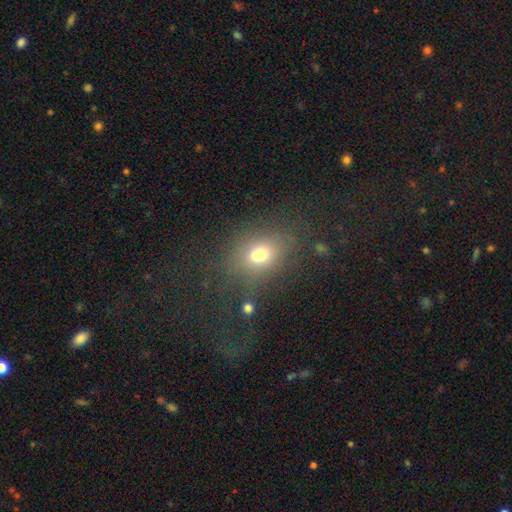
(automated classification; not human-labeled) A smooth galaxy with no disk features (67%) that is in between round and cigar-shaped (59%).

Vote fractions:
- Smooth or featured? smooth: 67% / star or artifact: 17% / featured or disk: 16%
- How rounded? in between: 59% / round: 39% / cigar-shaped: 2%
- Merging? none: 53% / merger: 19% / minor disturbance: 16% / major disturbance: 12%